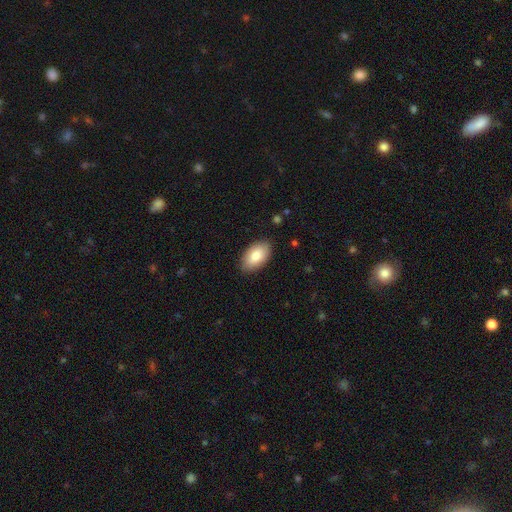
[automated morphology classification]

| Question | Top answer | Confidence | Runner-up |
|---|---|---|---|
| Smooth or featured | smooth | 82% | featured or disk (12%) |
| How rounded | in between | 94% | round (4%) |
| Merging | none | 87% | minor disturbance (10%) |